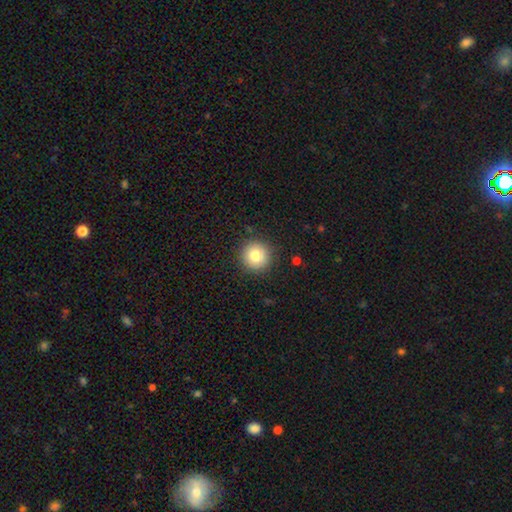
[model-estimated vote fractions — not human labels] Smooth or featured? Predicted: smooth (p=0.82). How rounded? Predicted: round (p=0.95). Merging? Predicted: none (p=0.90).